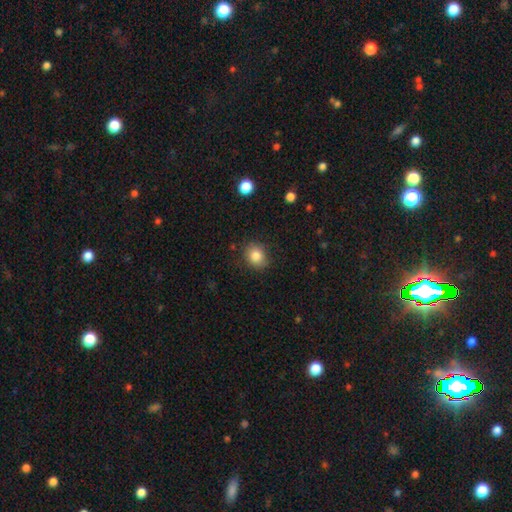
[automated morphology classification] Smooth or featured: smooth — 84% (star or artifact — 10%)
How rounded: round — 66% (in between — 33%)
Merging: none — 84% (minor disturbance — 12%)